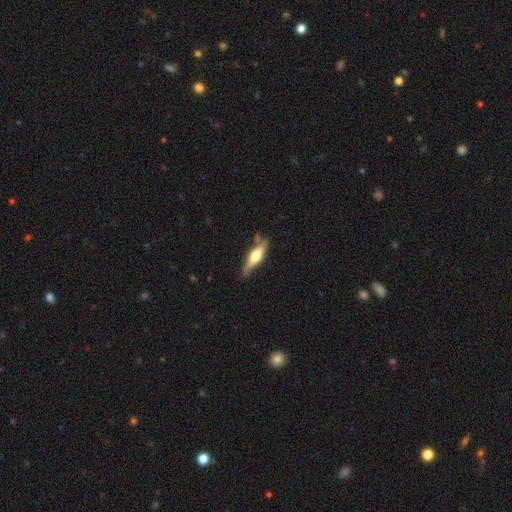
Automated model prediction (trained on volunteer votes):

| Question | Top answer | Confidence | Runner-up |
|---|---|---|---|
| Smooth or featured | featured or disk | 68% | smooth (26%) |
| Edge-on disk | yes | 96% | no (4%) |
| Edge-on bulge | rounded | 94% | boxy (5%) |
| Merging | none | 79% | minor disturbance (14%) |